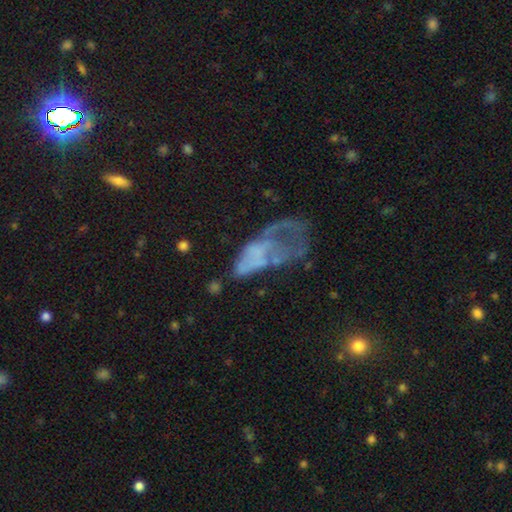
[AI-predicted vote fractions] The model was most divided on "smooth or featured": featured or disk: 54%, smooth: 33%, star or artifact: 13%. More confident: edge-on disk — no (95%); bar — no (89%); spiral arms — no (85%); bulge size — none (73%); merging — major disturbance (52%).